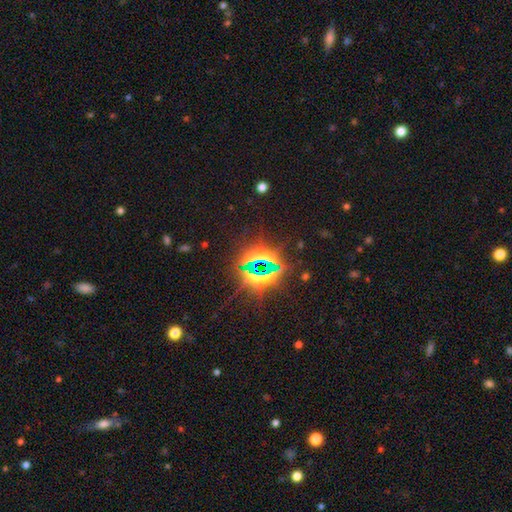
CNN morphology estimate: smooth-or-featured: star or artifact: 76% | featured or disk: 12% | smooth: 12%